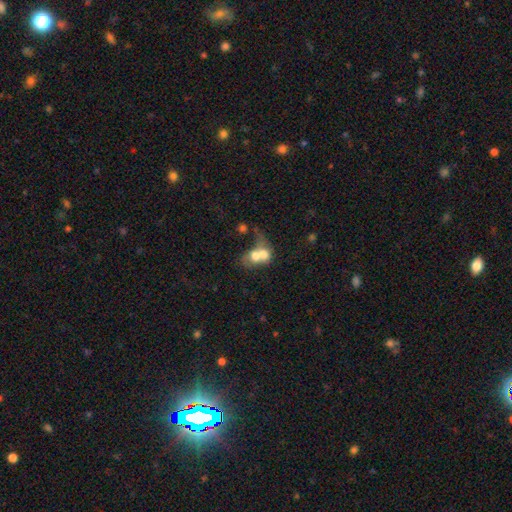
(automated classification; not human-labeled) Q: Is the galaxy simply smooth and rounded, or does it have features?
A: smooth — 63%.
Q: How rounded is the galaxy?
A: round — 49%, tied with in between.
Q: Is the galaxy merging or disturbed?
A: merger — 77%.